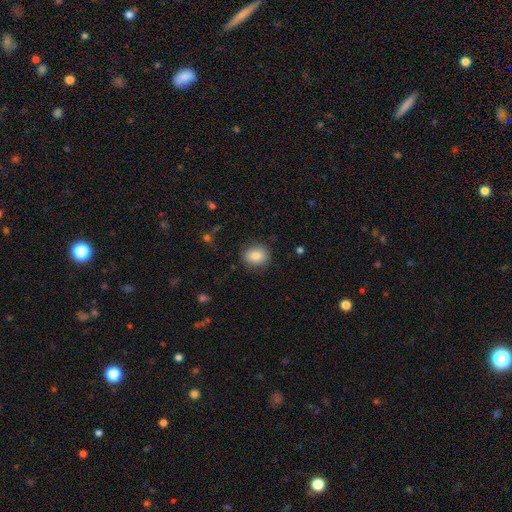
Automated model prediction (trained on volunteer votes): A smooth galaxy with no disk features (84%) that is round (62%).

Vote fractions:
- Smooth or featured? smooth: 84% / star or artifact: 9% / featured or disk: 7%
- How rounded? round: 62% / in between: 37% / cigar-shaped: 1%
- Merging? none: 86% / minor disturbance: 10% / major disturbance: 3% / merger: 1%